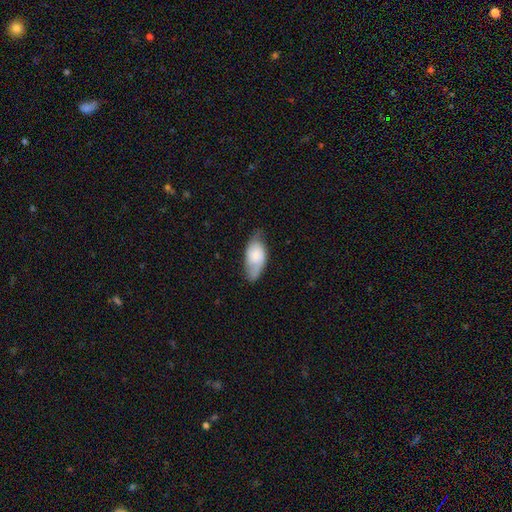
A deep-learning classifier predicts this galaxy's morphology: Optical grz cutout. It shows a smooth galaxy with no disk features (59%) that is in between round and cigar-shaped (91%). Merging: none (61%).